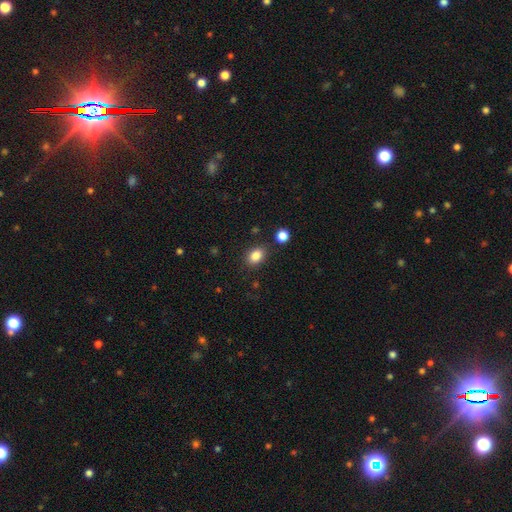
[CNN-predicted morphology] Smooth or featured: smooth — 85% (star or artifact — 10%)
How rounded: in between — 72% (round — 27%)
Merging: none — 82% (minor disturbance — 11%)